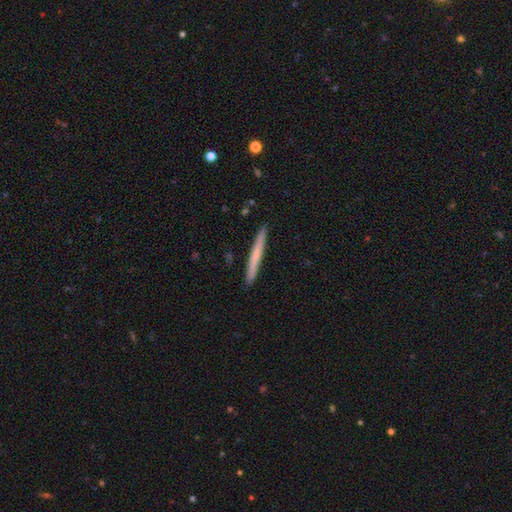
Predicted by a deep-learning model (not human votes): This is possibly a smooth galaxy (60%). How rounded: clearly cigar-shaped (97%). Merging: clearly none (92%).